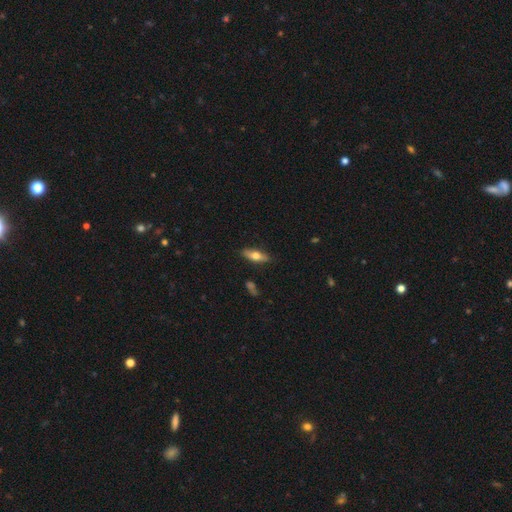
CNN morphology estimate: Smooth or featured? Predicted: smooth (p=0.61). How rounded? Predicted: in between (p=0.61). Merging? Predicted: none (p=0.85).